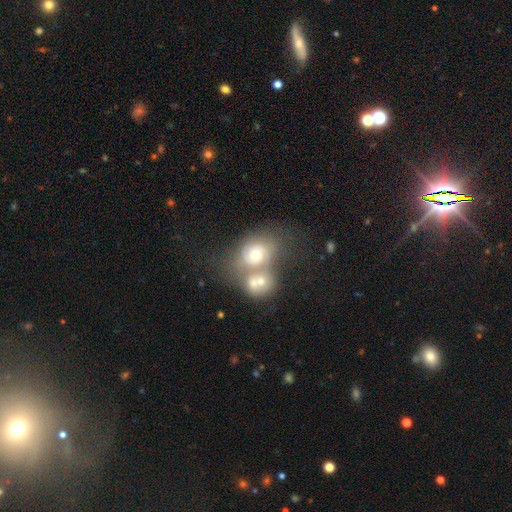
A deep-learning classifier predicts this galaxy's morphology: smooth 60%, featured or disk 27%, star or artifact 12%. Down the decision tree: how rounded — round (55%); merging — merger (70%).